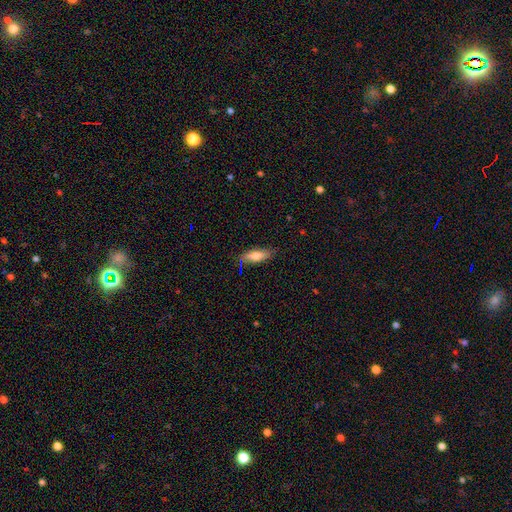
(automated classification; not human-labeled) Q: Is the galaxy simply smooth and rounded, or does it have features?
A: smooth — 73%.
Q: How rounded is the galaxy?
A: in between — 64%.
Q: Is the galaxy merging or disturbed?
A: none — 76%.